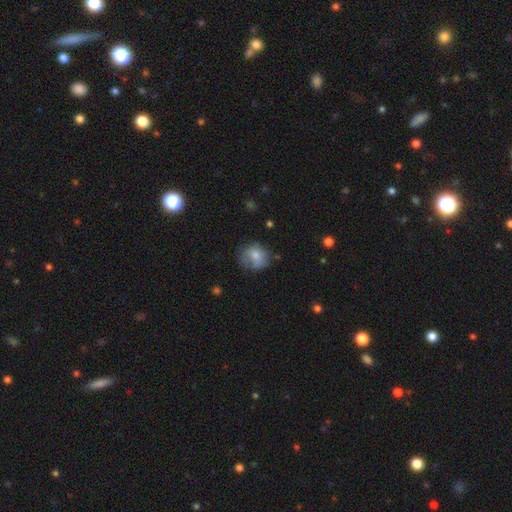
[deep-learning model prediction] A smooth galaxy with no disk features (71%) that is round (75%). Merging: none (55%).